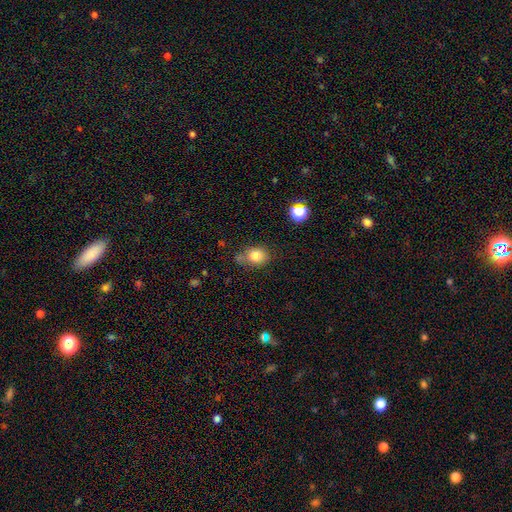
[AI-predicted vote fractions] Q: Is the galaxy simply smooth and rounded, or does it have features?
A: smooth — 80%.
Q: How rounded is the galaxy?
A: round — 54%.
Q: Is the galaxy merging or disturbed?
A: none — 64%.